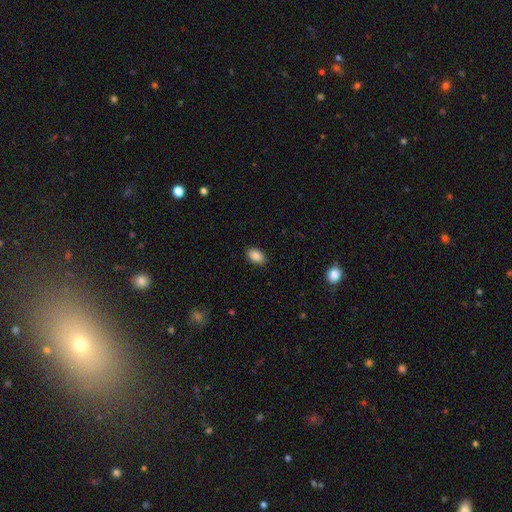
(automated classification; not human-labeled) smooth 86%, star or artifact 8%, featured or disk 7%. Down the decision tree: how rounded — in between (90%); merging — none (88%).